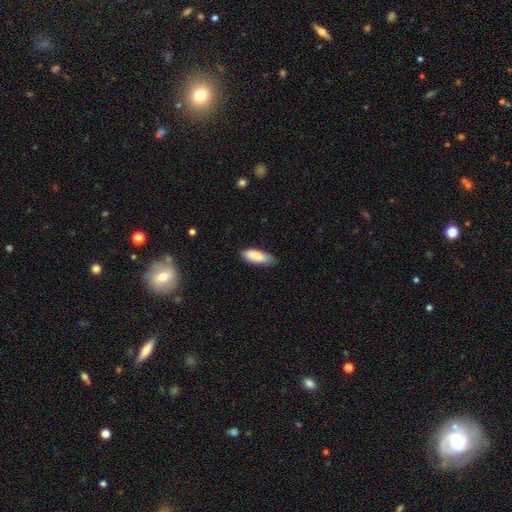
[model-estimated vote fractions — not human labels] smooth_or_featured: smooth (p=0.87) [alt: featured or disk p=0.07]
how_rounded: in between (p=0.76) [alt: cigar-shaped p=0.22]
merging: none (p=0.65) [alt: minor disturbance p=0.29]